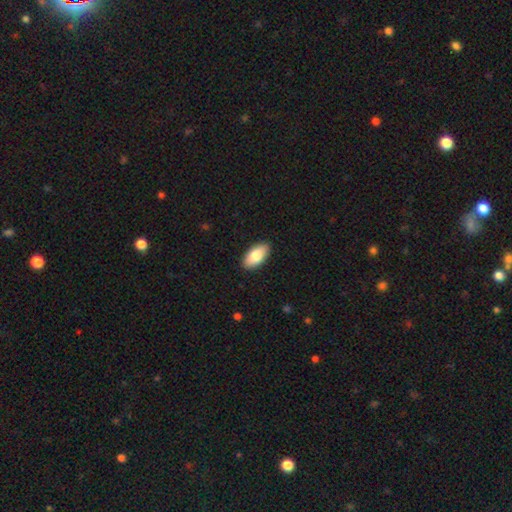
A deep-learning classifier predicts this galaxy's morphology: Smooth or featured?
  - smooth: 82% *
  - featured or disk: 13%
  - star or artifact: 6%
How rounded?
  - in between: 93% *
  - cigar-shaped: 5%
  - round: 2%
Merging?
  - none: 89% *
  - minor disturbance: 8%
  - major disturbance: 2%
  - merger: 1%